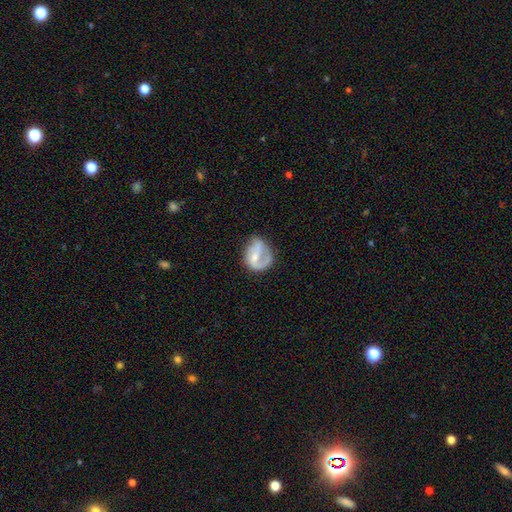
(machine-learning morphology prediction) Q: Smooth or featured?
A: featured or disk (63%); runner-up: smooth (30%)
Q: Edge-on disk?
A: no (97%); runner-up: yes (3%)
Q: Bar?
A: weak (44%); runner-up: no (37%)
Q: Spiral arms?
A: yes (77%); runner-up: no (23%)
Q: Bulge size?
A: small (49%); runner-up: moderate (37%)
Q: Merging?
A: none (44%); runner-up: minor disturbance (27%)